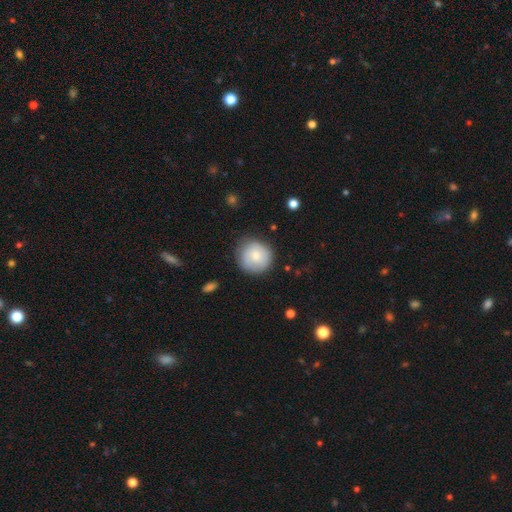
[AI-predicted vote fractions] Smooth or featured?
  - smooth: 75% *
  - featured or disk: 18%
  - star or artifact: 7%
How rounded?
  - round: 91% *
  - in between: 8%
  - cigar-shaped: 1%
Merging?
  - none: 75% *
  - minor disturbance: 18%
  - major disturbance: 5%
  - merger: 2%